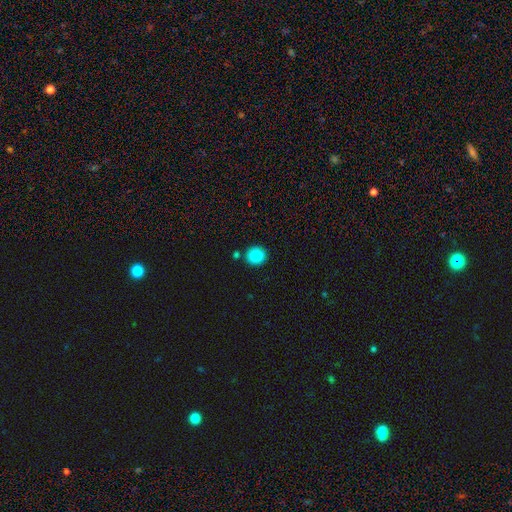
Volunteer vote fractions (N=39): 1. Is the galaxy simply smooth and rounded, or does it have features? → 92% smooth, 5% star or artifact, 3% featured or disk.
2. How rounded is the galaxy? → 83% round, 17% in between, 0% cigar-shaped.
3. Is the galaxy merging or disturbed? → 73% none, 16% merger, 11% minor disturbance, 0% major disturbance.